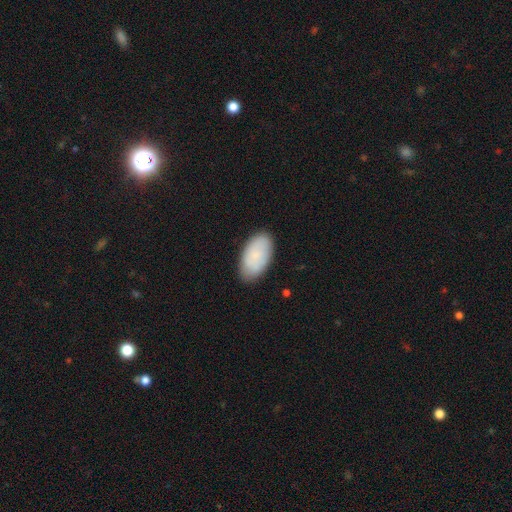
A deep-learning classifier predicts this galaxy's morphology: Smooth or featured? smooth (81%)
How rounded? in between (96%)
Merging? none (82%)